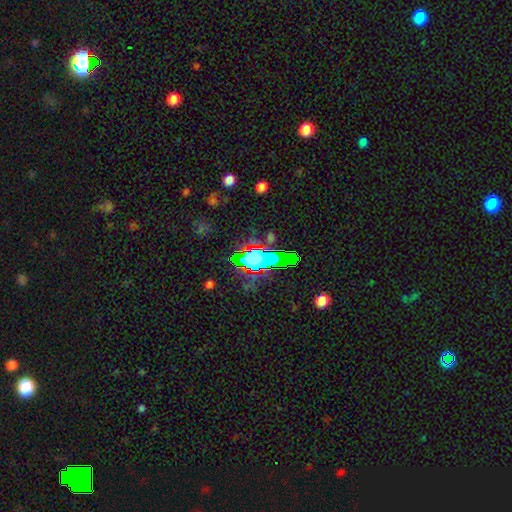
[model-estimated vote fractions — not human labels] A star or artifact, not a galaxy (48%).